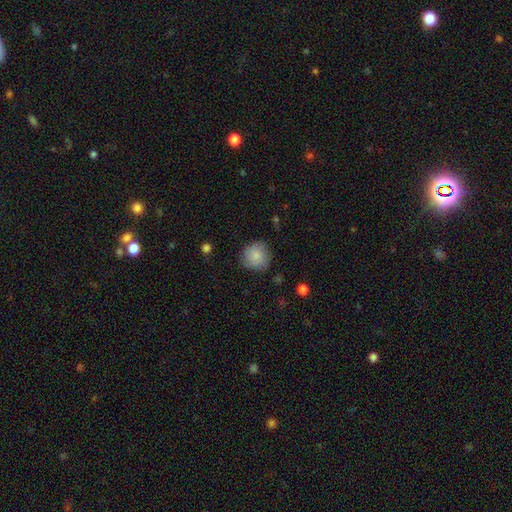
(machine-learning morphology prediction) type=smooth (83%); roundness=round (91%); merging=none (78%).